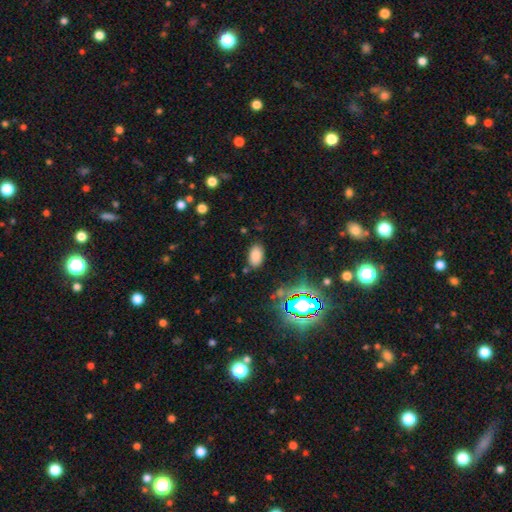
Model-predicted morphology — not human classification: Smooth or featured?
  - smooth: 78% *
  - star or artifact: 14%
  - featured or disk: 7%
How rounded?
  - in between: 92% *
  - round: 6%
  - cigar-shaped: 2%
Merging?
  - none: 83% *
  - minor disturbance: 12%
  - major disturbance: 3%
  - merger: 2%